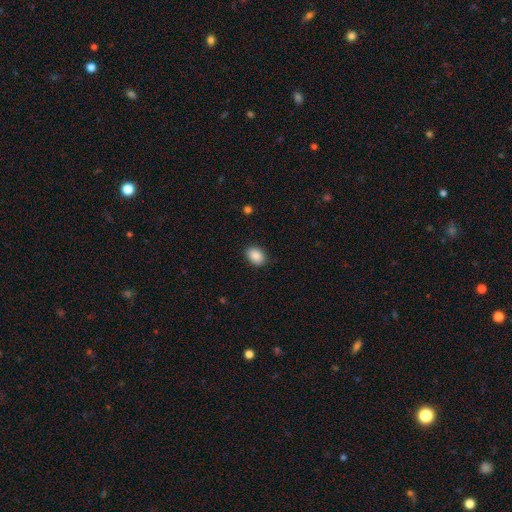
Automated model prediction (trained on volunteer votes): Smooth or featured?
  - smooth: 89% *
  - star or artifact: 8%
  - featured or disk: 3%
How rounded?
  - in between: 74% *
  - round: 25%
  - cigar-shaped: 1%
Merging?
  - none: 89% *
  - minor disturbance: 8%
  - major disturbance: 2%
  - merger: 1%